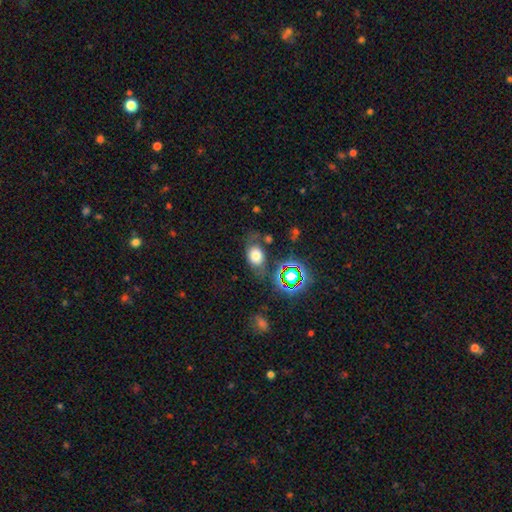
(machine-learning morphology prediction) Smooth or featured: smooth — 67% (star or artifact — 17%)
How rounded: in between — 68% (round — 31%)
Merging: none — 62% (minor disturbance — 21%)